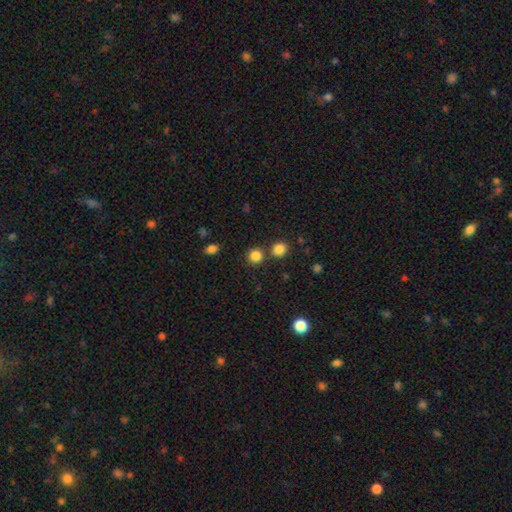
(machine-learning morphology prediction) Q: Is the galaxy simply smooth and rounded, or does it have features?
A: smooth — 84%.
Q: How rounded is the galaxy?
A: round — 89%.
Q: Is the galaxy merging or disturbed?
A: none — 75%.